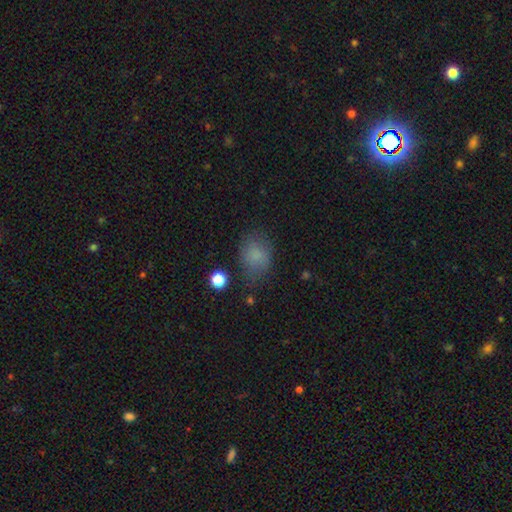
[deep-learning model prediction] A smooth galaxy with no disk features (79%) that is in between round and cigar-shaped (63%). Merging: none (64%).